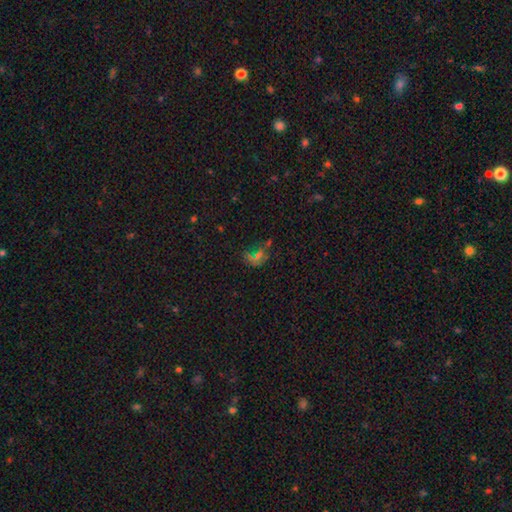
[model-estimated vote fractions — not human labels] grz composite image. It shows a star or artifact, not a galaxy (49%).